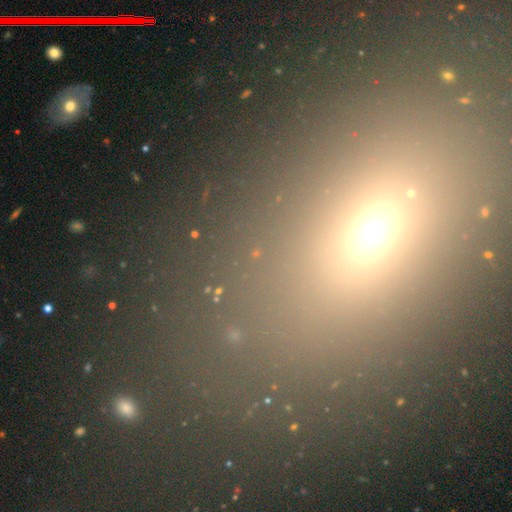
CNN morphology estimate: This is possibly a smooth galaxy (50%). Merging: likely none (77%).